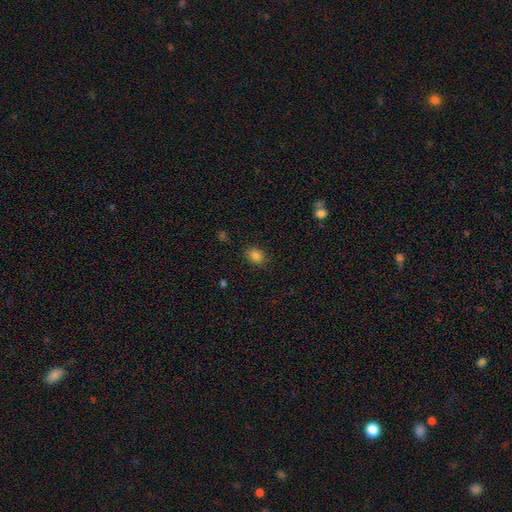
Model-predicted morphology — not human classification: Smooth or featured?
  - smooth: 83% *
  - star or artifact: 12%
  - featured or disk: 5%
How rounded?
  - in between: 51% *
  - round: 48%
  - cigar-shaped: 1%
Merging?
  - none: 85% *
  - minor disturbance: 11%
  - major disturbance: 3%
  - merger: 1%